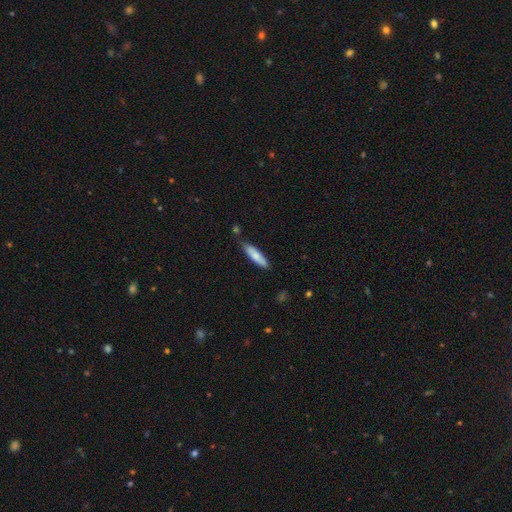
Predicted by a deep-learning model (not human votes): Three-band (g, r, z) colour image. It shows a smooth galaxy with no disk features (76%) that is cigar-shaped (71%). Merging: none (78%).